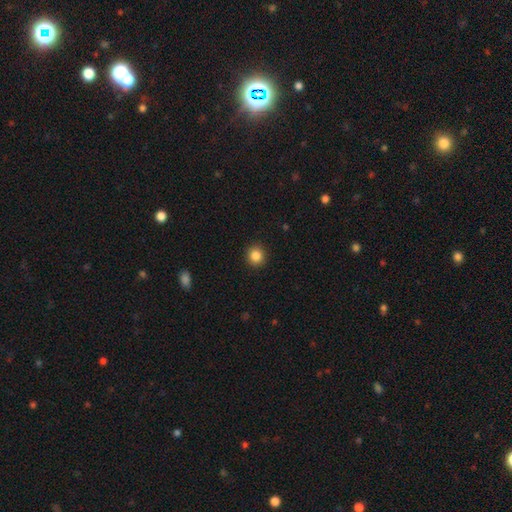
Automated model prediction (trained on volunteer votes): Smooth or featured: smooth — 86% (star or artifact — 10%)
How rounded: round — 91% (in between — 8%)
Merging: none — 92% (minor disturbance — 5%)